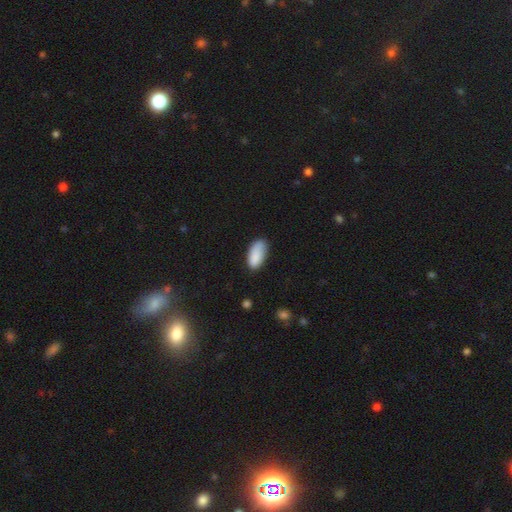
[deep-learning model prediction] The model was most divided on "merging": none: 69%, minor disturbance: 24%, major disturbance: 5%, merger: 2%. More confident: how rounded — in between (91%); smooth or featured — smooth (88%).